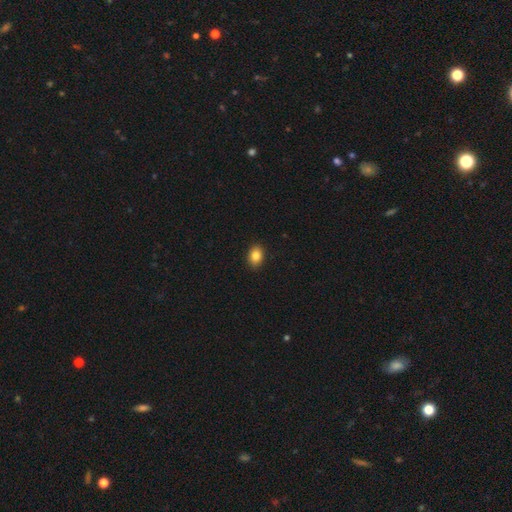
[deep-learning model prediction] Smooth or featured: smooth — 85% (star or artifact — 9%)
How rounded: in between — 73% (round — 26%)
Merging: none — 90% (minor disturbance — 7%)